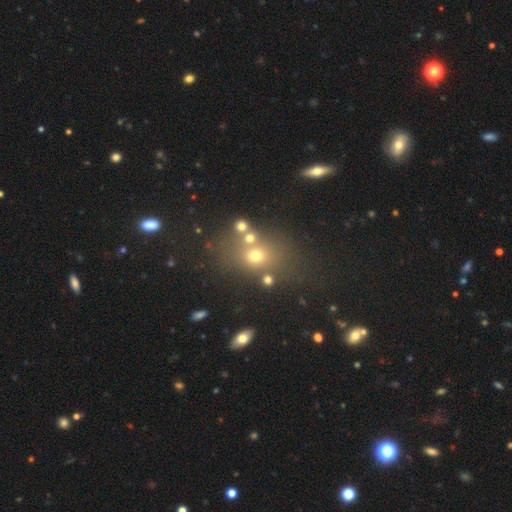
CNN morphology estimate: Q: Smooth or featured?
A: smooth (59%); runner-up: star or artifact (23%)
Q: How rounded?
A: round (53%); runner-up: in between (45%)
Q: Merging?
A: none (62%); runner-up: merger (18%)